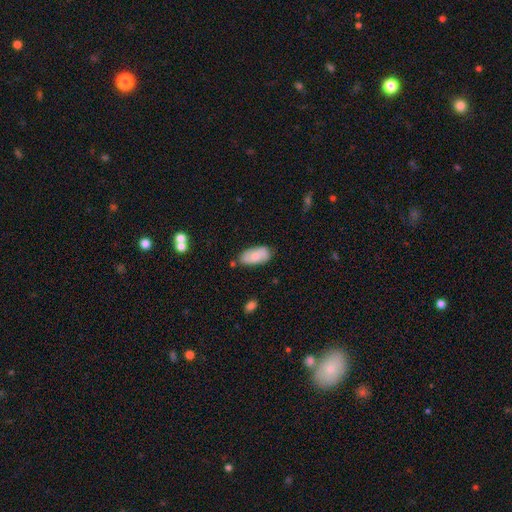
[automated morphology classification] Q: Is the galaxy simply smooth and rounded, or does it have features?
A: smooth — 76%.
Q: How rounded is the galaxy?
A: in between — 90%.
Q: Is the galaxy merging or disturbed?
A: none — 74%.